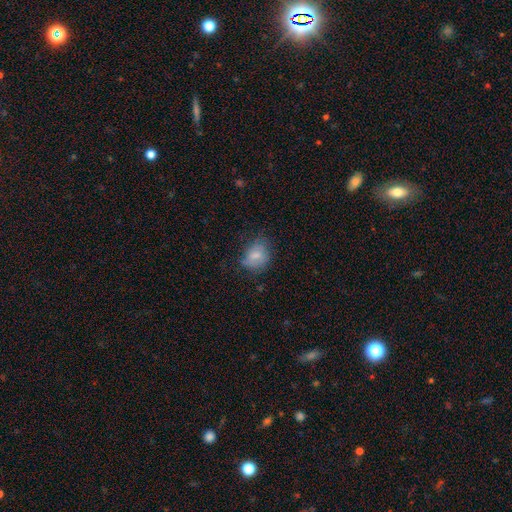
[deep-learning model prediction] Smooth or featured?
  - smooth: 73% *
  - featured or disk: 17%
  - star or artifact: 9%
How rounded?
  - in between: 57% *
  - round: 42%
  - cigar-shaped: 1%
Merging?
  - none: 54% *
  - minor disturbance: 31%
  - major disturbance: 13%
  - merger: 2%